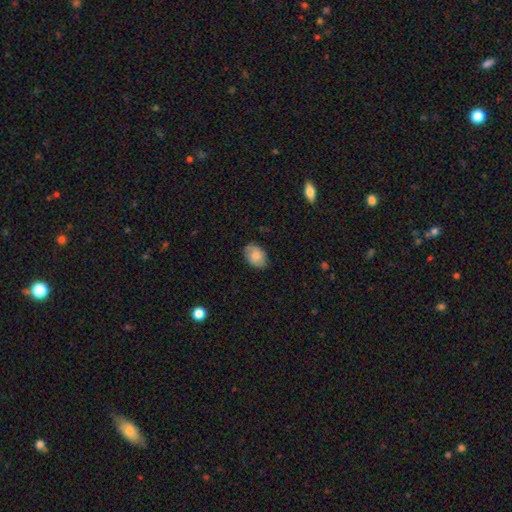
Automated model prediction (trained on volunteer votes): Morphology: type=smooth (82%); roundness=in between (82%); merging=none (81%).